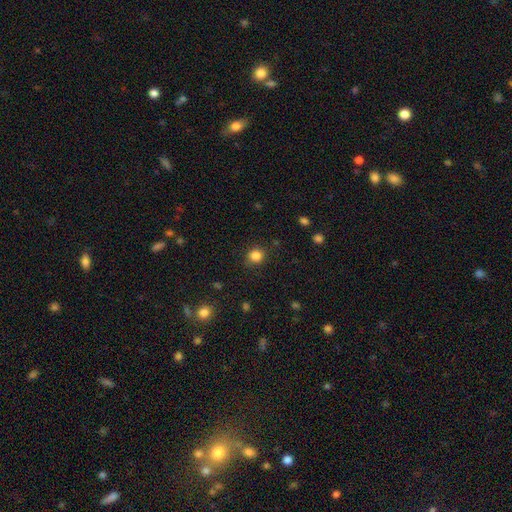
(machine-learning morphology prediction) smooth-or-featured: smooth: 84% | star or artifact: 12% | featured or disk: 4%
  how-rounded: round: 86% | in between: 13% | cigar-shaped: 1%
  merging: none: 85% | minor disturbance: 10% | major disturbance: 3% | merger: 2%